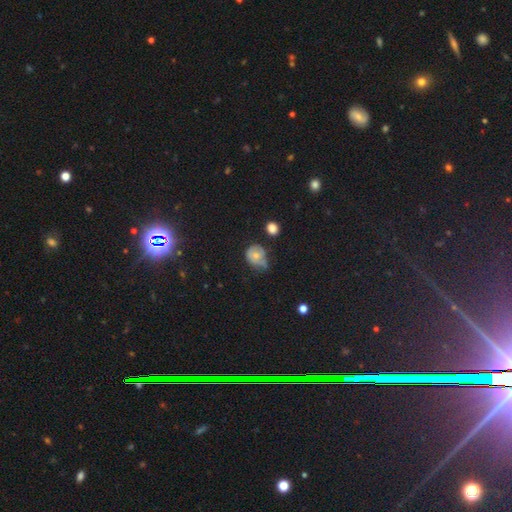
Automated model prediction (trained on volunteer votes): Smooth or featured: smooth — 62% (featured or disk — 26%)
How rounded: round — 68% (in between — 31%)
Merging: minor disturbance — 42% (none — 39%)